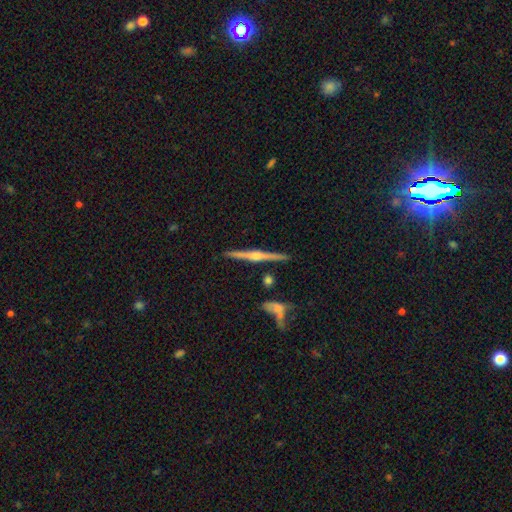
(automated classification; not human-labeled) This appears to be a featured or disk galaxy (83%) viewed edge-on (98%) with a rounded central bulge (88%). Merging: none (89%).